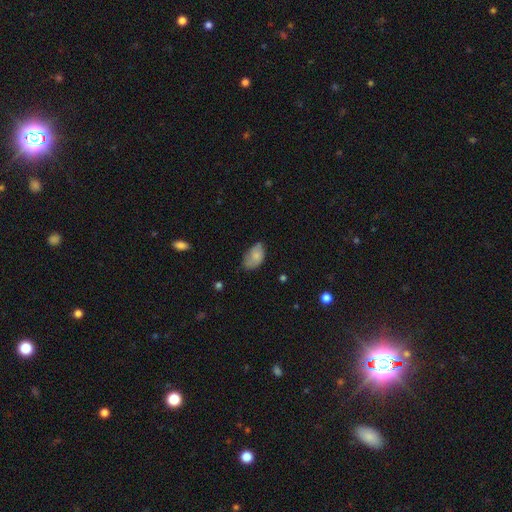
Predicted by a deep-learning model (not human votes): smooth-or-featured: smooth: 68% | featured or disk: 25% | star or artifact: 7%
  how-rounded: in between: 91% | round: 7% | cigar-shaped: 2%
  merging: none: 50% | minor disturbance: 38% | major disturbance: 10% | merger: 2%